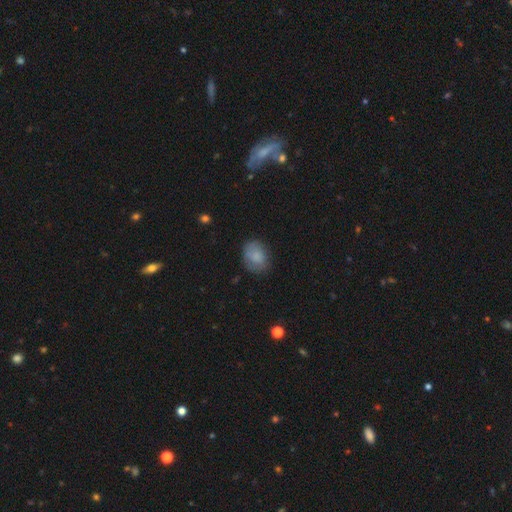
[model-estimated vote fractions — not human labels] Smooth or featured?
  - smooth: 79% *
  - featured or disk: 13%
  - star or artifact: 8%
How rounded?
  - in between: 63% *
  - round: 36%
  - cigar-shaped: 1%
Merging?
  - none: 72% *
  - minor disturbance: 20%
  - major disturbance: 6%
  - merger: 1%